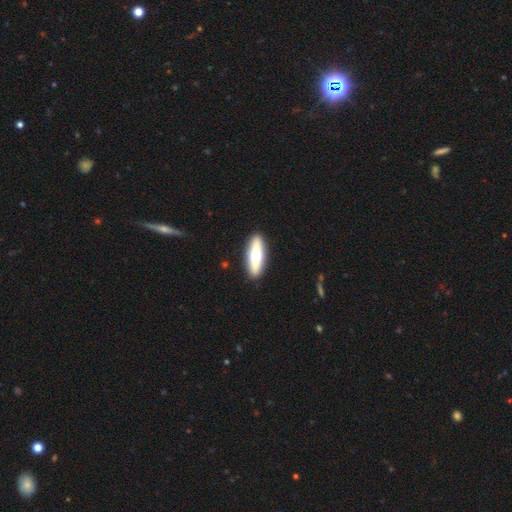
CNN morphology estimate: A smooth galaxy with no disk features (61%) that is cigar-shaped (58%). Merging: none (91%).